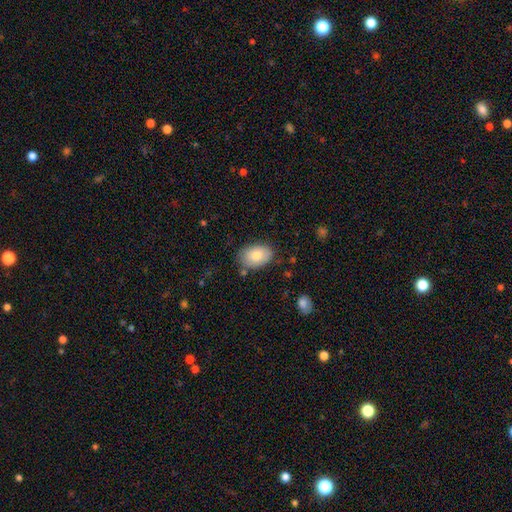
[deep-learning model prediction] Morphology: type=smooth (80%); roundness=in between (87%); merging=none (78%).